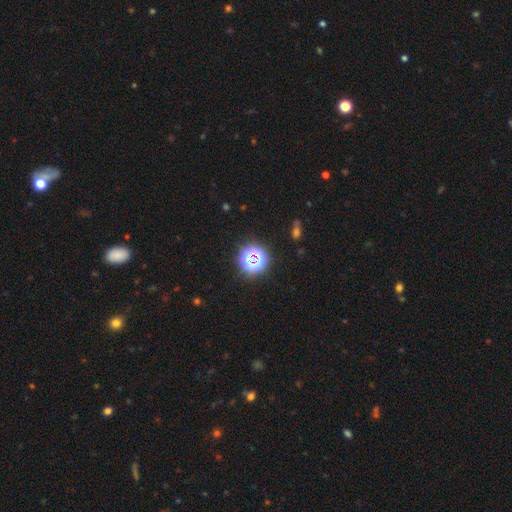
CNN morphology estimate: A star or artifact, not a galaxy (64%).